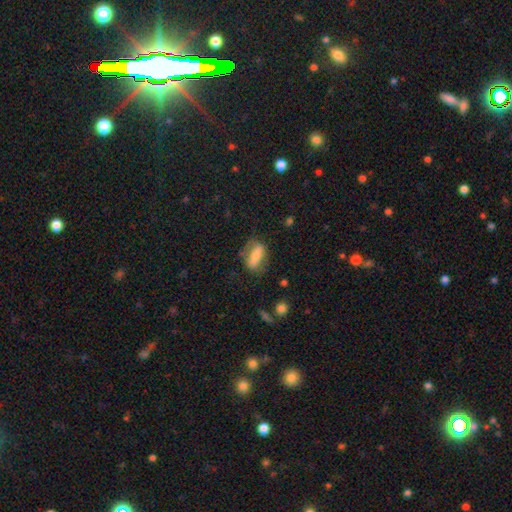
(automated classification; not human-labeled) This appears to be a smooth galaxy with no disk features (65%) that is in between round and cigar-shaped (71%). Merging: none (61%).